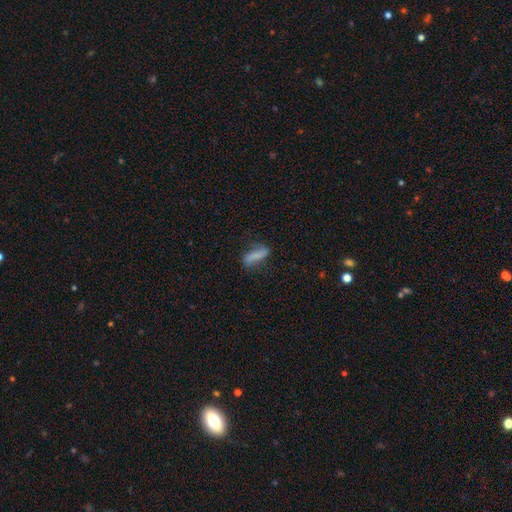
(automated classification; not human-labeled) smooth_or_featured: smooth (p=0.57) [alt: featured or disk p=0.33]
how_rounded: cigar-shaped (p=0.48) [tied with: in between p=0.48]
merging: none (p=0.64) [alt: minor disturbance p=0.23]